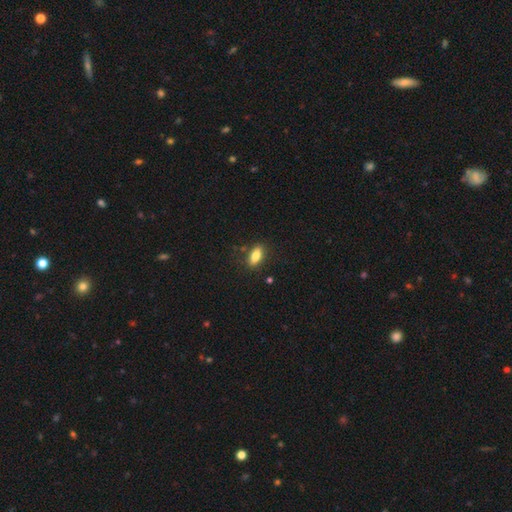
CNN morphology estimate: A smooth galaxy with no disk features (79%) that is in between round and cigar-shaped (77%).

Vote fractions:
- Smooth or featured? smooth: 79% / featured or disk: 13% / star or artifact: 8%
- How rounded? in between: 77% / cigar-shaped: 19% / round: 4%
- Merging? none: 82% / minor disturbance: 12% / major disturbance: 3% / merger: 2%